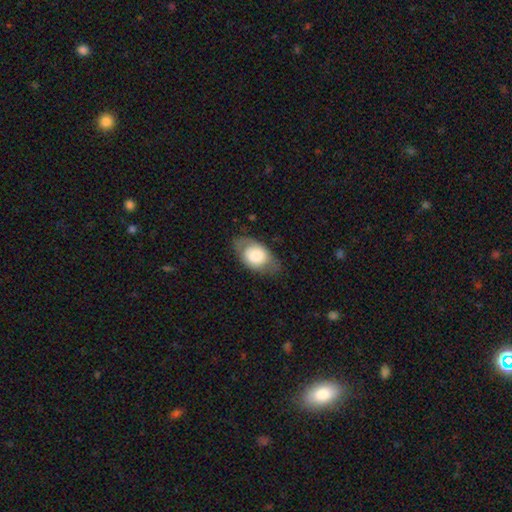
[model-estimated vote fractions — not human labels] Morphology: type=smooth (64%); roundness=in between (87%); merging=none (68%).